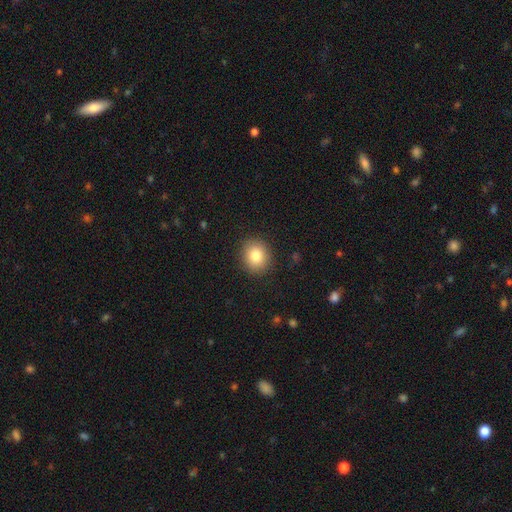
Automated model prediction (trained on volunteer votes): Q: Smooth or featured?
A: smooth (83%); runner-up: star or artifact (10%)
Q: How rounded?
A: round (79%); runner-up: in between (20%)
Q: Merging?
A: none (90%); runner-up: minor disturbance (7%)